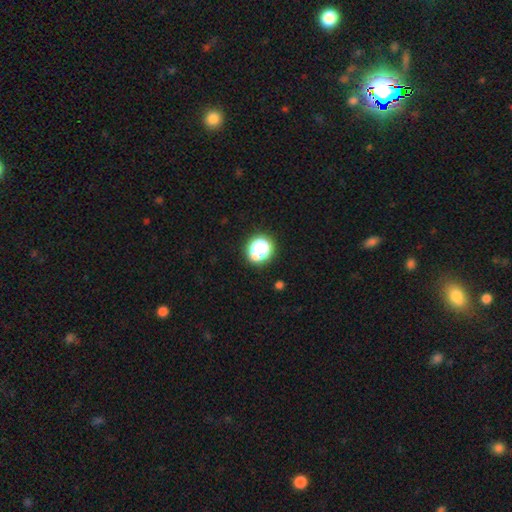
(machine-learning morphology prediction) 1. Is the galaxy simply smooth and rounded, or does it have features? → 49% smooth, 40% star or artifact, 11% featured or disk.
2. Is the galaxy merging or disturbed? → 75% none, 12% minor disturbance, 6% merger, 6% major disturbance.